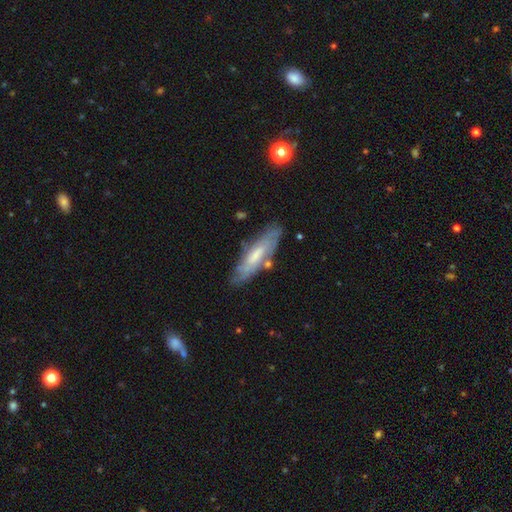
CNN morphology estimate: The model was most divided on "smooth or featured": featured or disk: 56%, smooth: 37%, star or artifact: 7%. More confident: merging — none (74%); edge-on disk — no (61%).